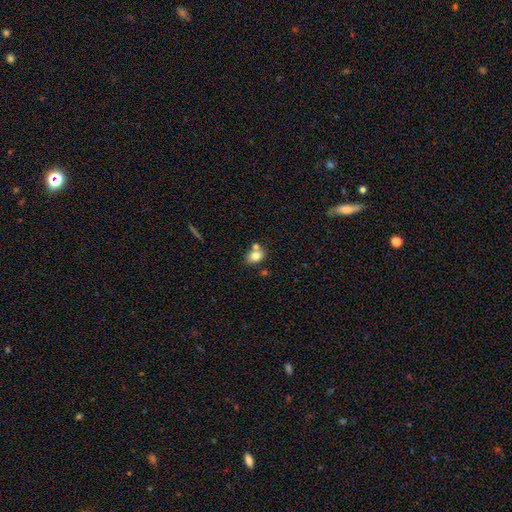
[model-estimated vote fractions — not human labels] Smooth or featured? Predicted: smooth (p=0.79). How rounded? Predicted: in between (p=0.65). Merging? Predicted: none (p=0.55).